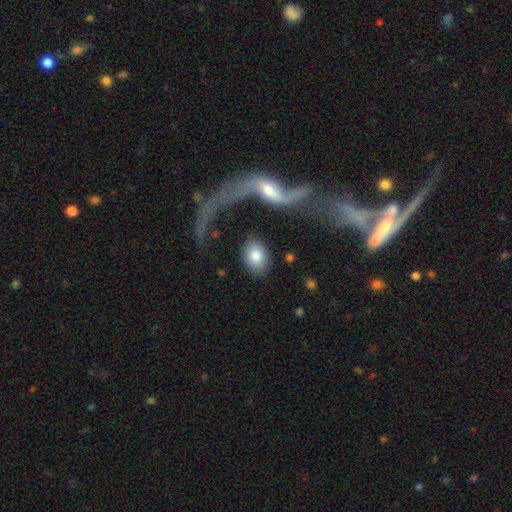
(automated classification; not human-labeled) Q: Smooth or featured?
A: smooth (82%); runner-up: featured or disk (11%)
Q: How rounded?
A: in between (70%); runner-up: round (29%)
Q: Merging?
A: none (79%); runner-up: minor disturbance (11%)